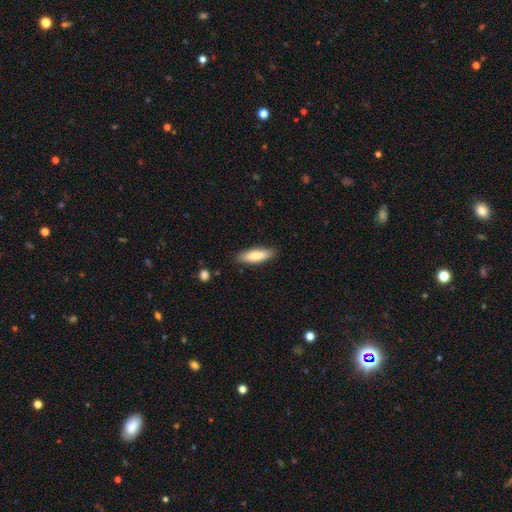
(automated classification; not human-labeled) Q: Smooth or featured?
A: smooth (80%); runner-up: featured or disk (14%)
Q: How rounded?
A: cigar-shaped (53%); runner-up: in between (46%)
Q: Merging?
A: none (87%); runner-up: minor disturbance (10%)